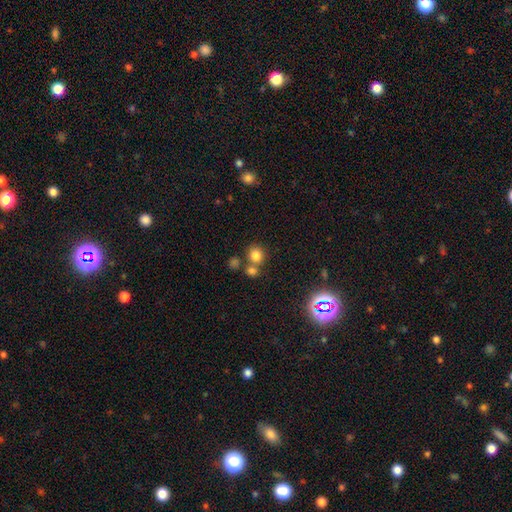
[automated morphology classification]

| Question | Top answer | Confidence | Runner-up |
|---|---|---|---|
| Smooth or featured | smooth | 77% | star or artifact (16%) |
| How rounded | round | 84% | in between (15%) |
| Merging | none | 61% | merger (27%) |